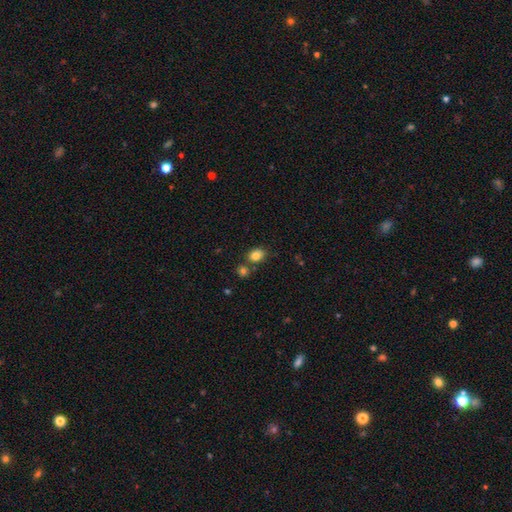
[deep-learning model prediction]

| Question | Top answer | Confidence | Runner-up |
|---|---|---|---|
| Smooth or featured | smooth | 82% | star or artifact (11%) |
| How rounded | in between | 60% | round (39%) |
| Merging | none | 70% | merger (16%) |